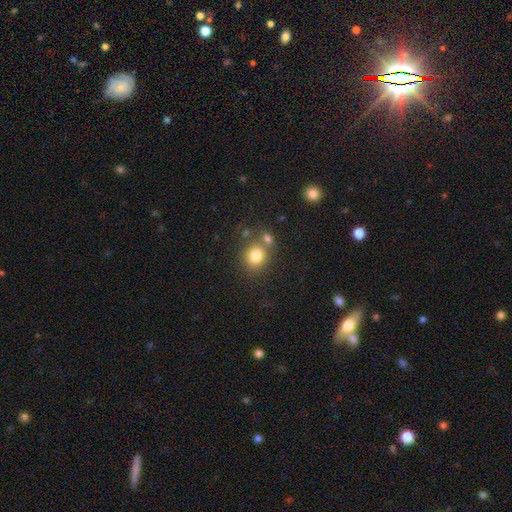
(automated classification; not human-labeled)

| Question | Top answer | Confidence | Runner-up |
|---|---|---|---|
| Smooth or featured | smooth | 80% | star or artifact (11%) |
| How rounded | round | 71% | in between (28%) |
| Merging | none | 63% | merger (22%) |